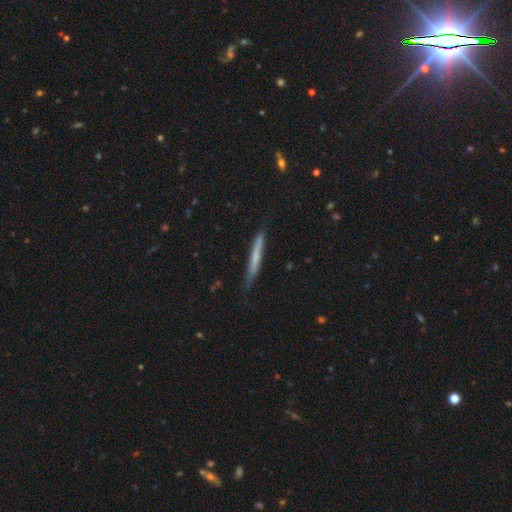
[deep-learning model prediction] Morphology: type=smooth (56%); roundness=cigar-shaped (96%); merging=none (77%).